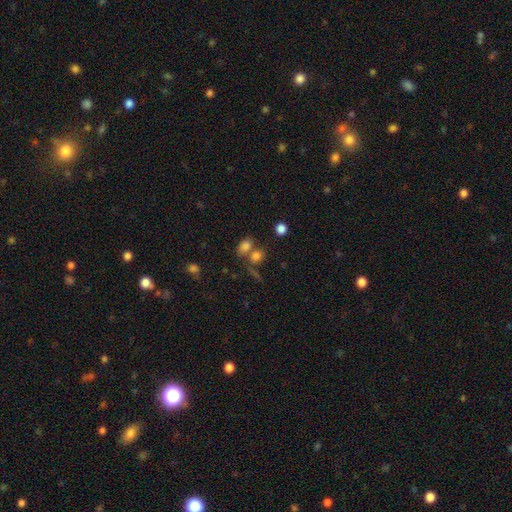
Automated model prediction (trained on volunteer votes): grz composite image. It shows a smooth galaxy with no disk features (77%) that is in between round and cigar-shaped (55%). Merging: merger (42%).